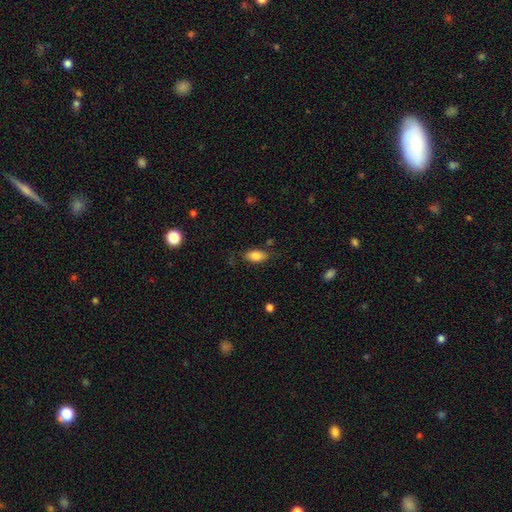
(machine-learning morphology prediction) This is clearly a smooth galaxy (84%). How rounded: clearly in between (90%). Merging: likely none (77%).